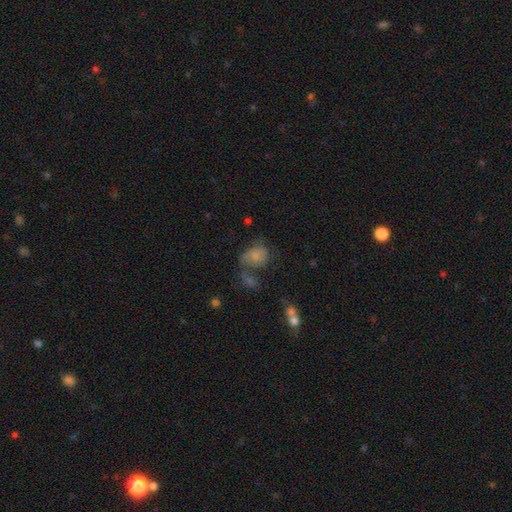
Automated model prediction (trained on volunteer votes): The model was most divided on "merging" (2-way tie): major disturbance: 28%, none: 28%, merger: 25%, minor disturbance: 19%. More confident: smooth or featured — smooth (60%); how rounded — in between (60%).